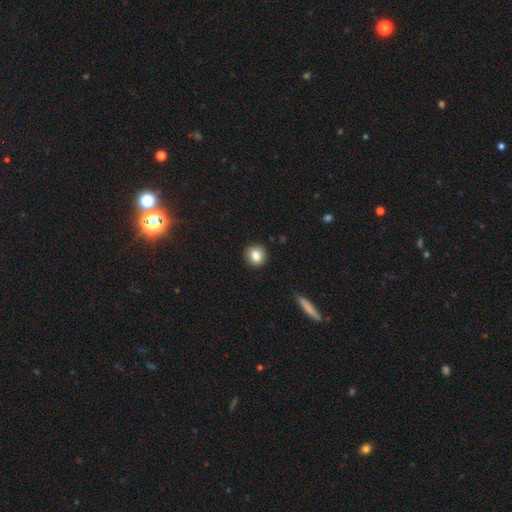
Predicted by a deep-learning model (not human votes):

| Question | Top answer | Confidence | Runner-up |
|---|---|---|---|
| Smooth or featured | smooth | 84% | star or artifact (9%) |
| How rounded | round | 89% | in between (10%) |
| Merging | none | 90% | minor disturbance (7%) |